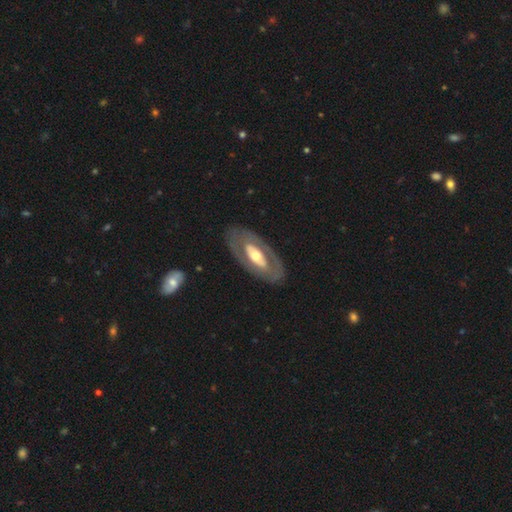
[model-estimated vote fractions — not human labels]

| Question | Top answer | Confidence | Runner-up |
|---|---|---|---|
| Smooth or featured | featured or disk | 65% | smooth (30%) |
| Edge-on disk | no | 86% | yes (14%) |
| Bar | no | 63% | weak (19%) |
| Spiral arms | no | 78% | yes (22%) |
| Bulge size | moderate | 64% | large (20%) |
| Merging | none | 81% | minor disturbance (12%) |